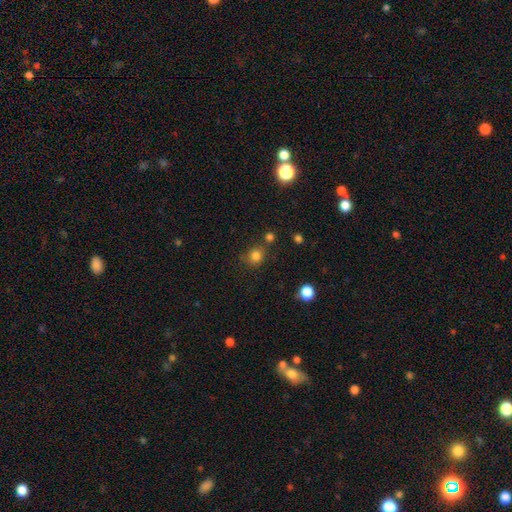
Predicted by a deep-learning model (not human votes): The model was most divided on "merging": none: 70%, minor disturbance: 14%, merger: 11%, major disturbance: 5%. More confident: how rounded — round (83%); smooth or featured — smooth (81%).